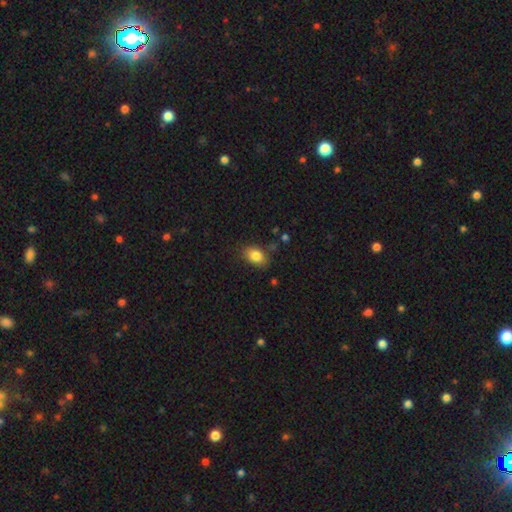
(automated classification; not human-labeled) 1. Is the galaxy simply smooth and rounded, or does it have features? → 84% smooth, 9% star or artifact, 7% featured or disk.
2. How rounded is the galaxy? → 80% in between, 19% round, 1% cigar-shaped.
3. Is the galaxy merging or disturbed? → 79% none, 15% minor disturbance, 3% major disturbance, 2% merger.